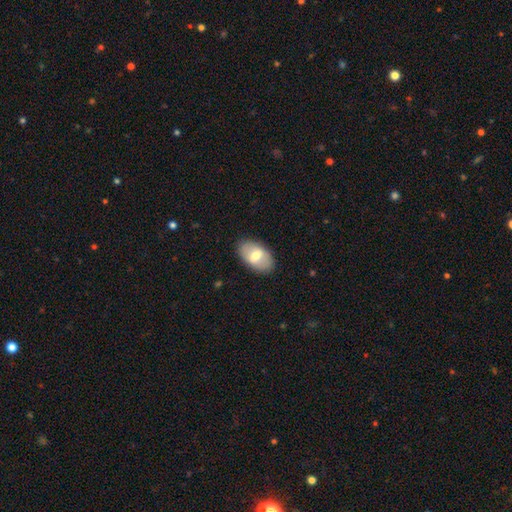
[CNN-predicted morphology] Overall: smooth (58%; featured or disk 36%). How rounded: in between (92%). Merging: none (86%).